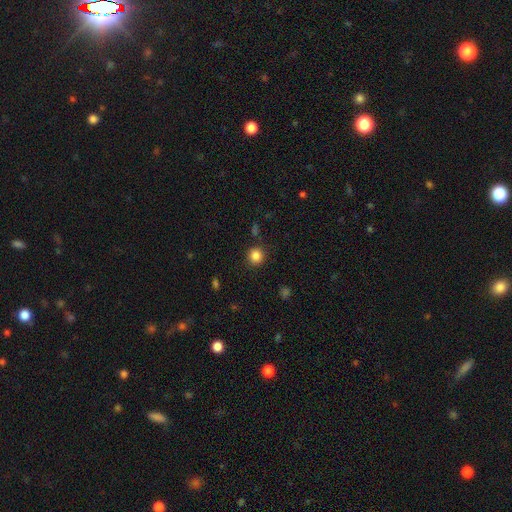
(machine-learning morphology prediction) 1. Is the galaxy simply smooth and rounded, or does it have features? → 85% smooth, 11% star or artifact, 4% featured or disk.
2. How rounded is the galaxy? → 92% round, 7% in between, 1% cigar-shaped.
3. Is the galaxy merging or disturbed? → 89% none, 7% minor disturbance, 3% major disturbance, 2% merger.